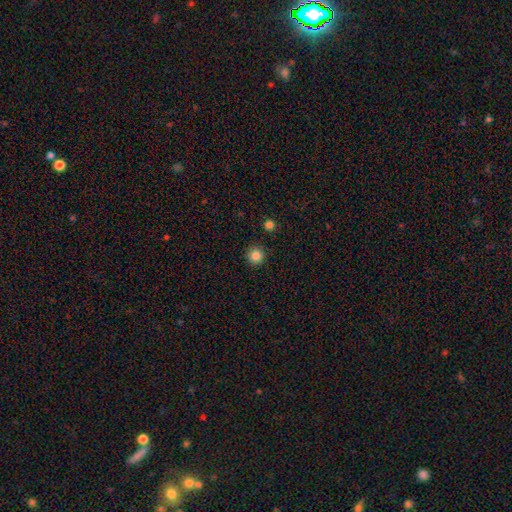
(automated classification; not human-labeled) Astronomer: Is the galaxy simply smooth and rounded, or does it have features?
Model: smooth — 85%.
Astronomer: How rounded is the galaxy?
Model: round — 95%.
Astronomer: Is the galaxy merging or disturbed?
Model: none — 91%.